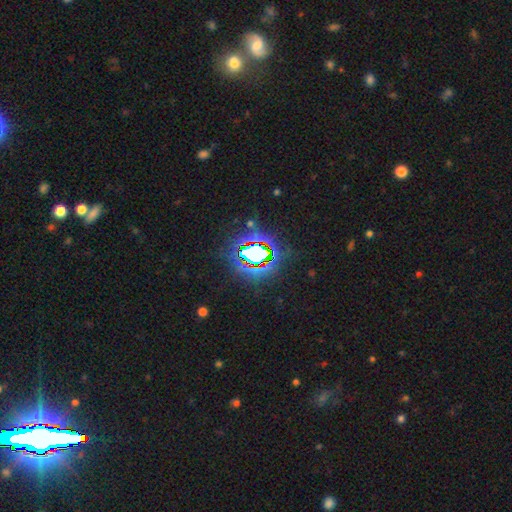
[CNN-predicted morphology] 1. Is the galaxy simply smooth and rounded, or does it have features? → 83% star or artifact, 10% smooth, 7% featured or disk.